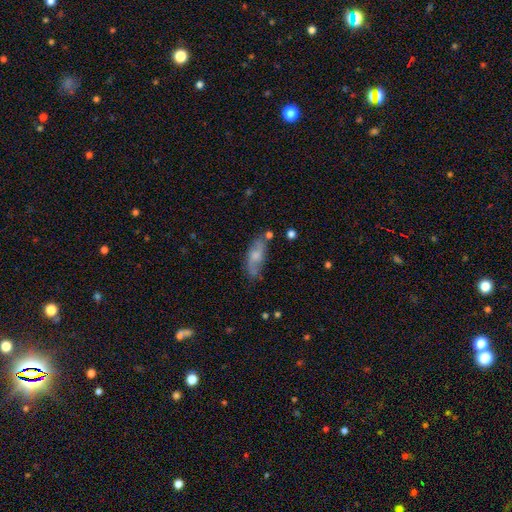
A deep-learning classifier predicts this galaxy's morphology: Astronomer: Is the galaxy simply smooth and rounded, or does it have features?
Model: smooth — 49% (runner-up: featured or disk, 43%).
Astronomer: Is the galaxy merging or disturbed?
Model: none — 62%.